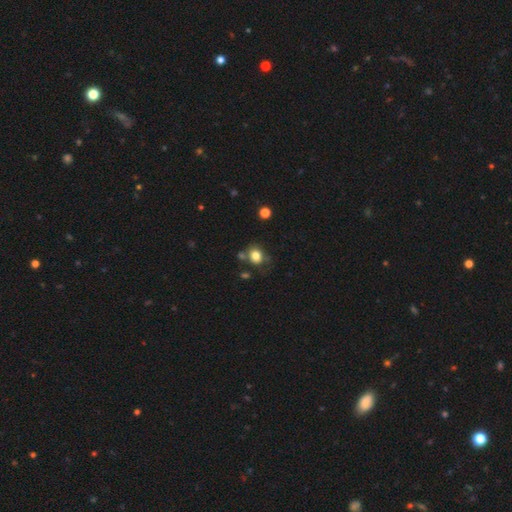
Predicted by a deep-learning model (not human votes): smooth 81%, star or artifact 11%, featured or disk 8%. Down the decision tree: how rounded — round (67%); merging — none (65%).